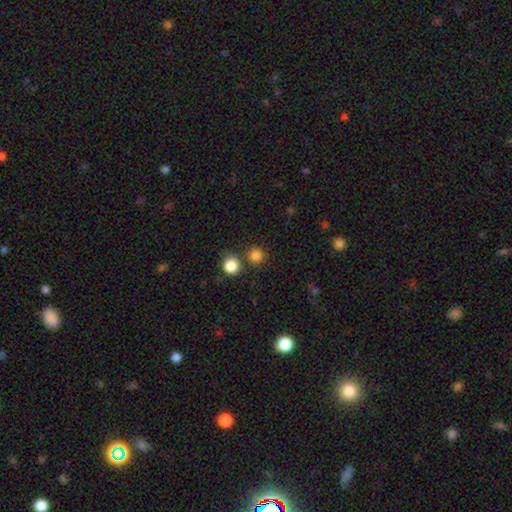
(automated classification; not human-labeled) This is clearly a smooth galaxy (83%). How rounded: clearly round (92%). Merging: likely none (75%).